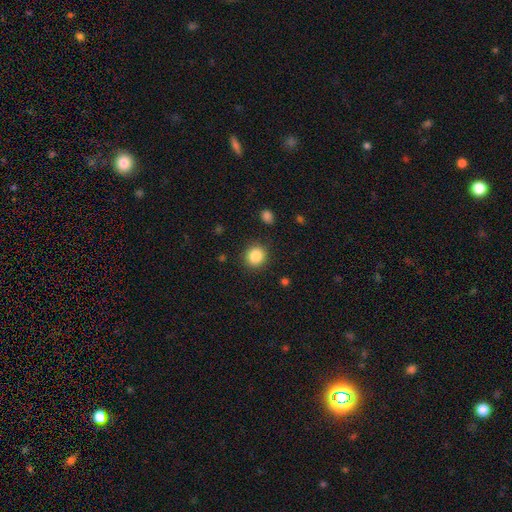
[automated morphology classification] Smooth or featured? Predicted: smooth (p=0.87). How rounded? Predicted: round (p=0.86). Merging? Predicted: none (p=0.88).